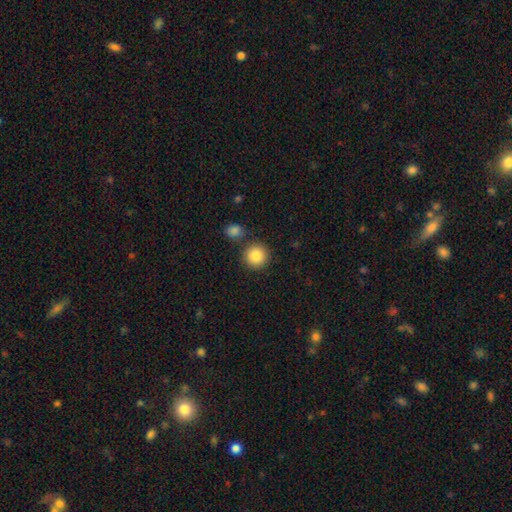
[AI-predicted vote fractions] A smooth galaxy with no disk features (86%) that is round (93%). Merging: none (84%).